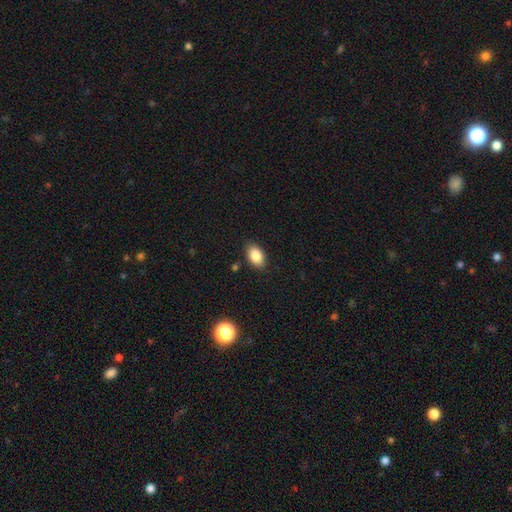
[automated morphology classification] Smooth or featured?
  - smooth: 86% *
  - star or artifact: 8%
  - featured or disk: 6%
How rounded?
  - in between: 91% *
  - round: 8%
  - cigar-shaped: 2%
Merging?
  - none: 87% *
  - minor disturbance: 10%
  - major disturbance: 2%
  - merger: 1%